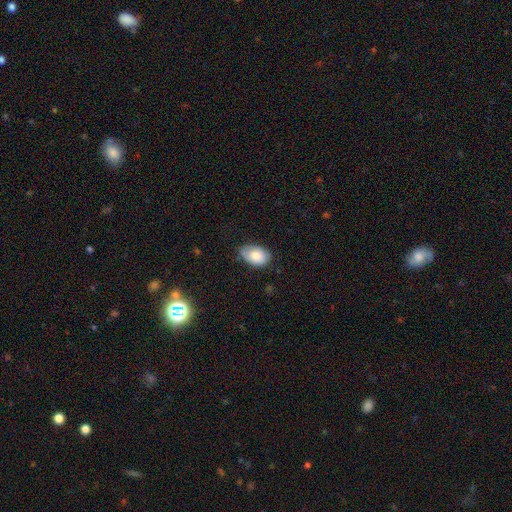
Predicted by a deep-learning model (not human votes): Overall: smooth (78%). How rounded: in between (87%). Merging: none (69%).